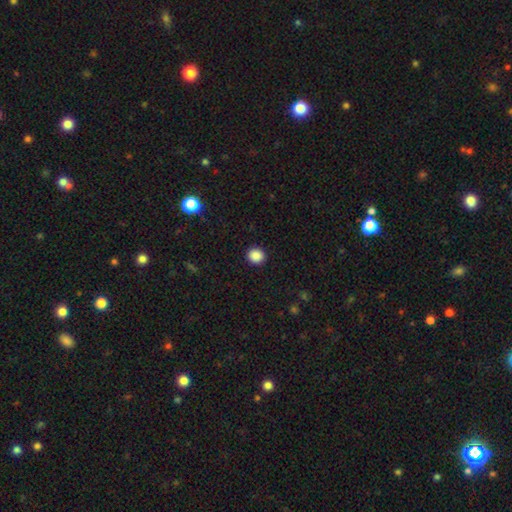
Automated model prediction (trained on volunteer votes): smooth-or-featured: smooth: 88% | star or artifact: 10% | featured or disk: 2%
  how-rounded: round: 85% | in between: 14% | cigar-shaped: 1%
  merging: none: 91% | minor disturbance: 6% | major disturbance: 2% | merger: 1%